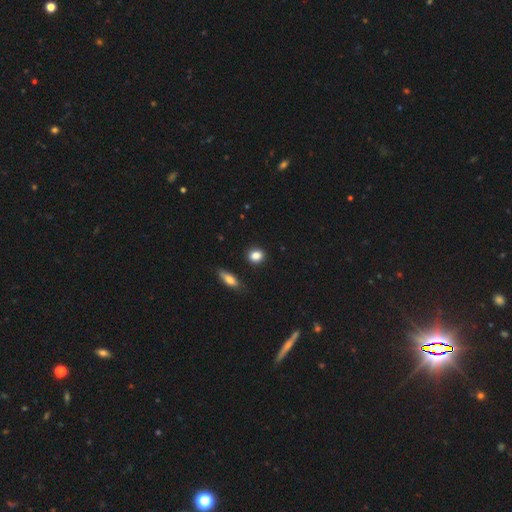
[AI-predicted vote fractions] Smooth or featured?
  - smooth: 86% *
  - star or artifact: 9%
  - featured or disk: 5%
How rounded?
  - round: 65% *
  - in between: 33%
  - cigar-shaped: 3%
Merging?
  - none: 87% *
  - minor disturbance: 8%
  - major disturbance: 2%
  - merger: 2%